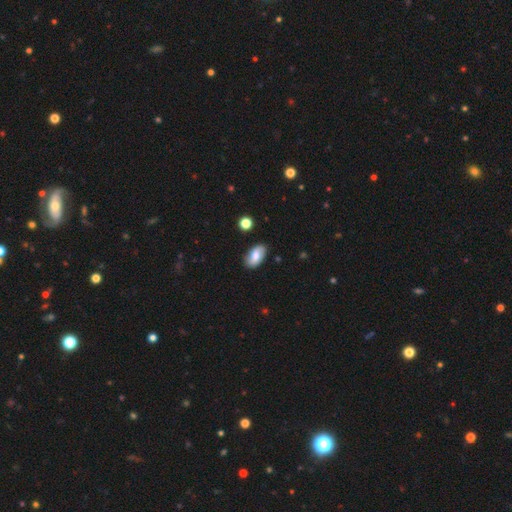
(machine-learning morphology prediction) Q: Smooth or featured?
A: smooth (68%); runner-up: featured or disk (24%)
Q: How rounded?
A: in between (93%); runner-up: round (4%)
Q: Merging?
A: none (82%); runner-up: minor disturbance (13%)